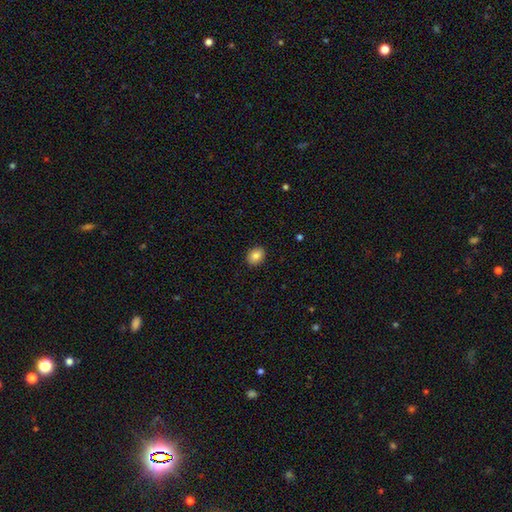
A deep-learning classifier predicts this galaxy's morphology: Smooth or featured? smooth (85%)
How rounded? in between (52%)
Merging? none (90%)